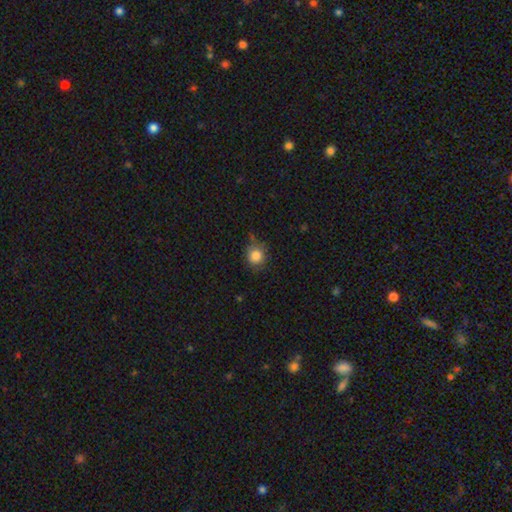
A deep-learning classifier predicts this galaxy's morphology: The model was most divided on "merging": none: 72%, minor disturbance: 21%, major disturbance: 4%, merger: 3%. More confident: how rounded — round (86%); smooth or featured — smooth (85%).